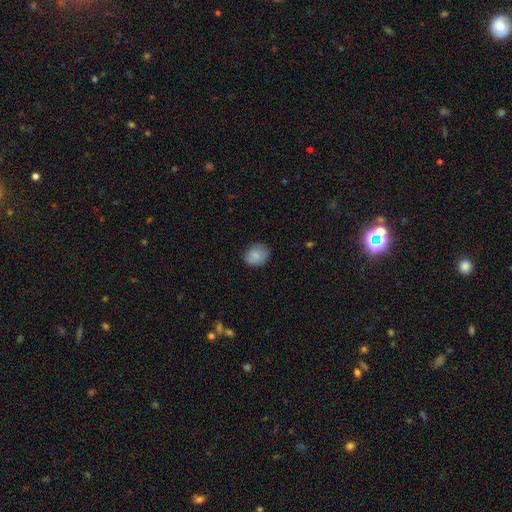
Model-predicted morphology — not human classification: A smooth galaxy with no disk features (84%) that is round (54%).

Vote fractions:
- Smooth or featured? smooth: 84% / featured or disk: 9% / star or artifact: 8%
- How rounded? round: 54% / in between: 45% / cigar-shaped: 1%
- Merging? none: 80% / minor disturbance: 16% / major disturbance: 3% / merger: 1%